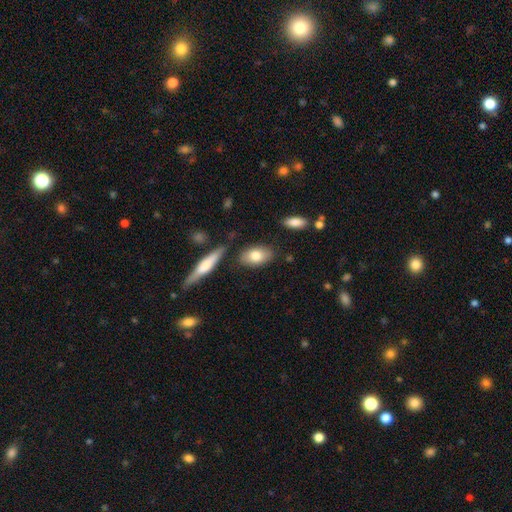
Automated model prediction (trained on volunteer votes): This appears to be a smooth galaxy with no disk features (78%) that is in between round and cigar-shaped (89%). Merging: none (78%).